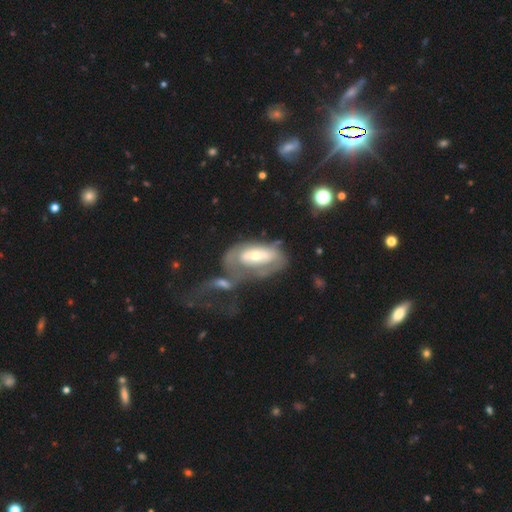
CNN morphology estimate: This appears to be a featured or disk galaxy (63%) with no bar (69%), spiral arms (52%) and a moderate central bulge (49%). Merging: merger (40%).